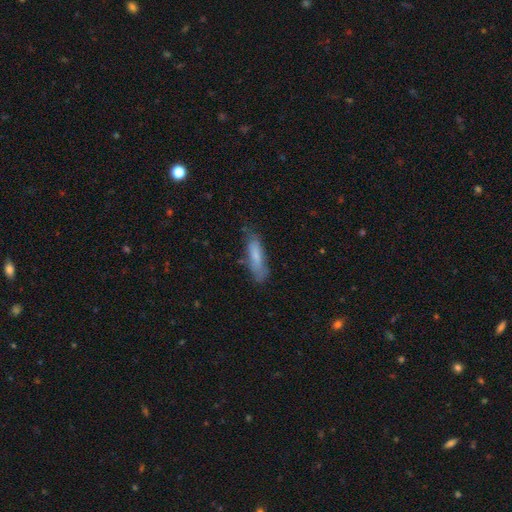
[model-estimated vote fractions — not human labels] Smooth or featured? Predicted: smooth (p=0.71). How rounded? Predicted: cigar-shaped (p=0.65). Merging? Predicted: none (p=0.68).